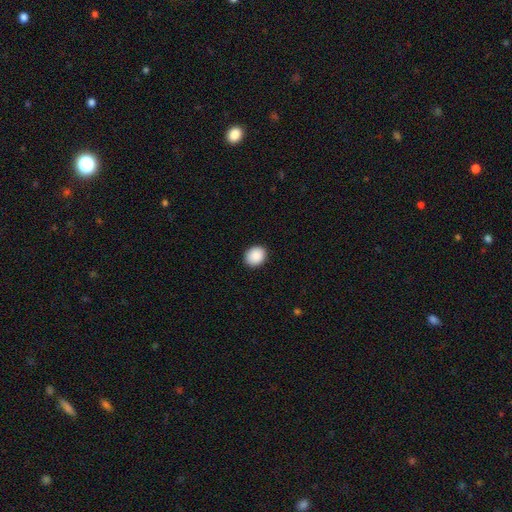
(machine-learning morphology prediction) The model was most divided on "how rounded": round: 63%, in between: 36%, cigar-shaped: 1%. More confident: smooth or featured — smooth (90%); merging — none (90%).